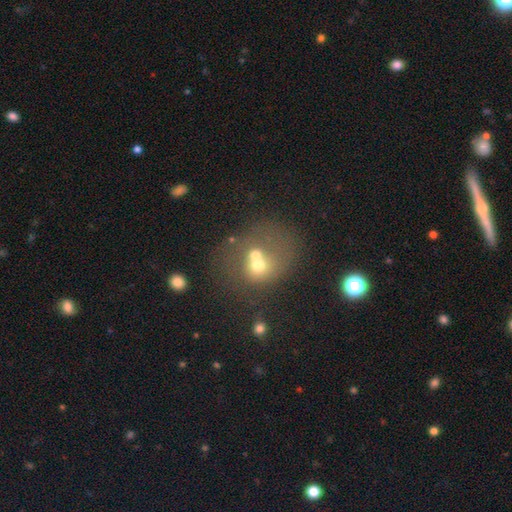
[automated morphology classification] smooth_or_featured: smooth (p=0.53) [alt: featured or disk p=0.30]
how_rounded: round (p=0.66) [alt: in between p=0.33]
merging: merger (p=0.59) [alt: none p=0.23]